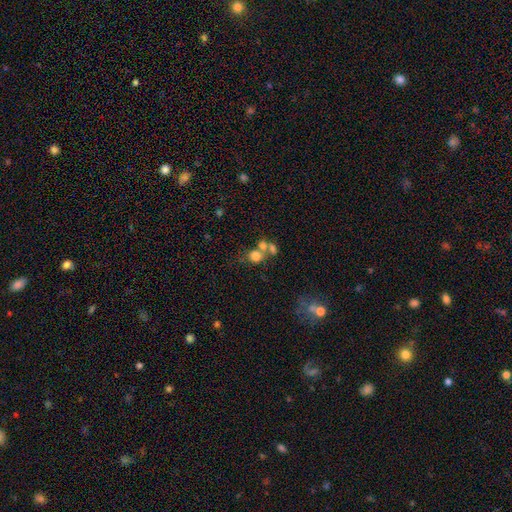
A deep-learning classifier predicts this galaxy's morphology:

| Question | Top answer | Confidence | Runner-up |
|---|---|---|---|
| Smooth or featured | smooth | 74% | star or artifact (13%) |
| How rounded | round | 77% | in between (22%) |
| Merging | merger | 46% | none (39%) |